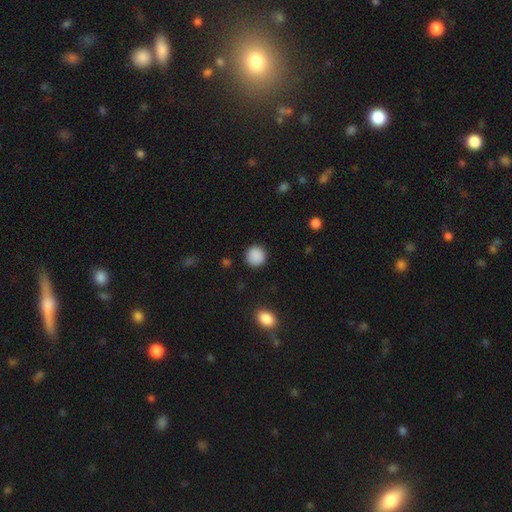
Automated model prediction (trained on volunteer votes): This is clearly a smooth galaxy (89%). How rounded: clearly round (92%). Merging: clearly none (90%).